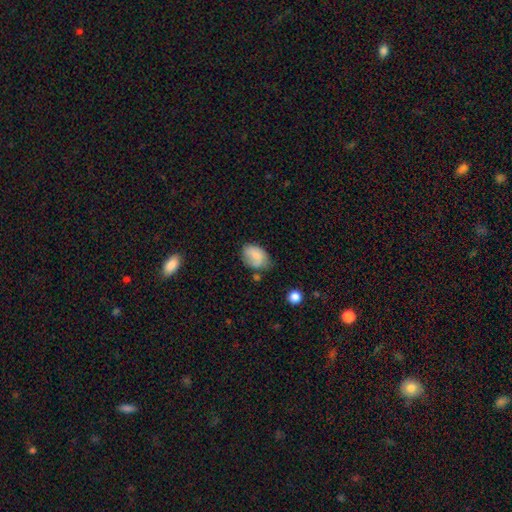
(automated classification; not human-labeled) Overall: smooth (75%). How rounded: in between (81%). Merging: none (51%; minor disturbance 33%).